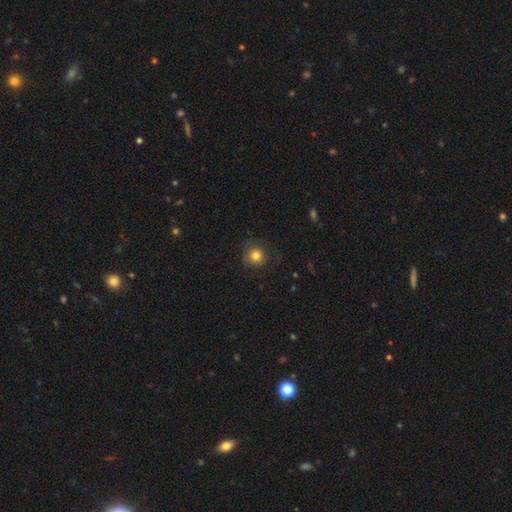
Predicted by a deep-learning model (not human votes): smooth_or_featured: smooth (p=0.80) [alt: star or artifact p=0.11]
how_rounded: round (p=0.91) [alt: in between p=0.08]
merging: none (p=0.80) [alt: minor disturbance p=0.14]